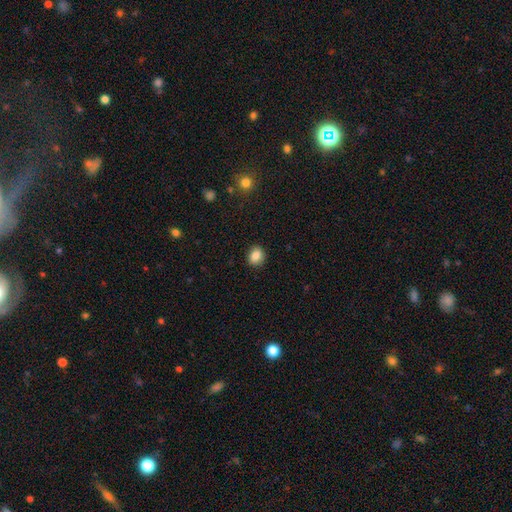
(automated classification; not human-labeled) A smooth galaxy with no disk features (85%) that is round (68%). Merging: none (89%).